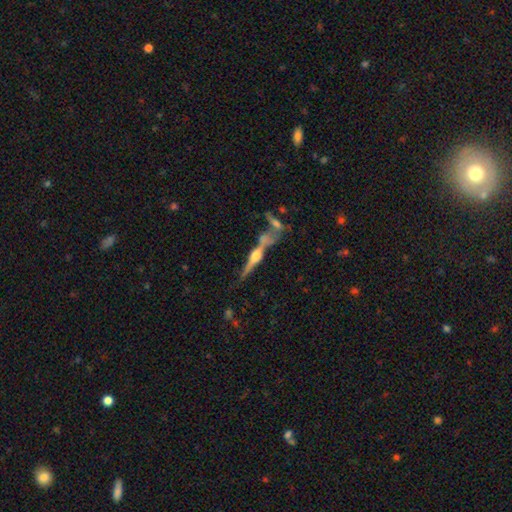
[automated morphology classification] Smooth or featured: featured or disk — 76% (smooth — 16%)
Edge-on disk: yes — 96% (no — 4%)
Edge-on bulge: rounded — 92% (boxy — 5%)
Merging: none — 58% (merger — 25%)